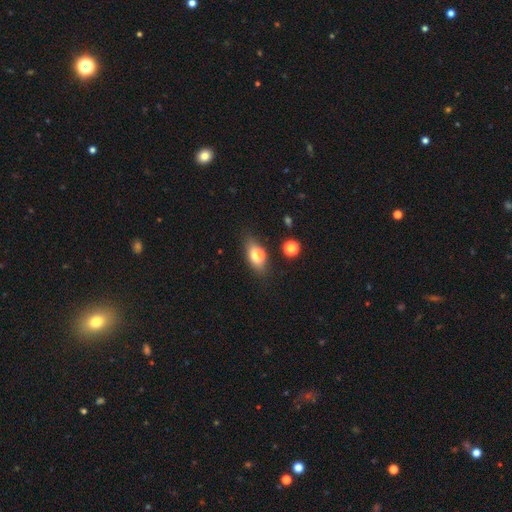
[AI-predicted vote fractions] smooth_or_featured: smooth (p=0.64) [alt: featured or disk p=0.25]
how_rounded: in between (p=0.75) [alt: round p=0.13]
merging: none (p=0.74) [alt: minor disturbance p=0.15]